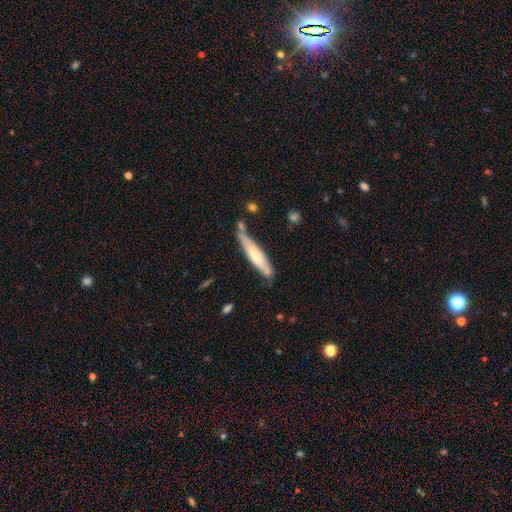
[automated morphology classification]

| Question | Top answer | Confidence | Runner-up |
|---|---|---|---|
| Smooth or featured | smooth | 55% | featured or disk (39%) |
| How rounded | cigar-shaped | 87% | in between (12%) |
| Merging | none | 66% | minor disturbance (21%) |